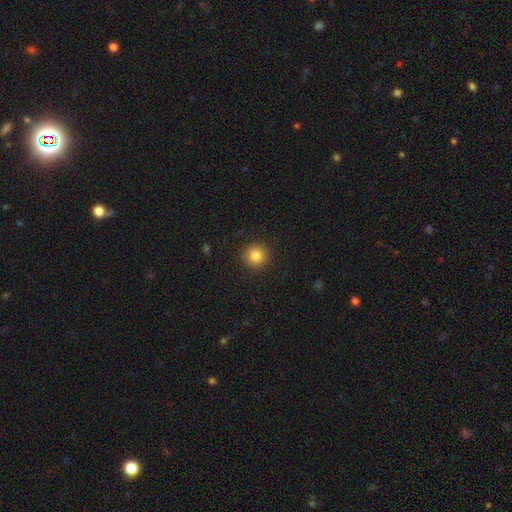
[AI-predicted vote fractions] Morphology: type=smooth (84%); roundness=round (95%); merging=none (92%).